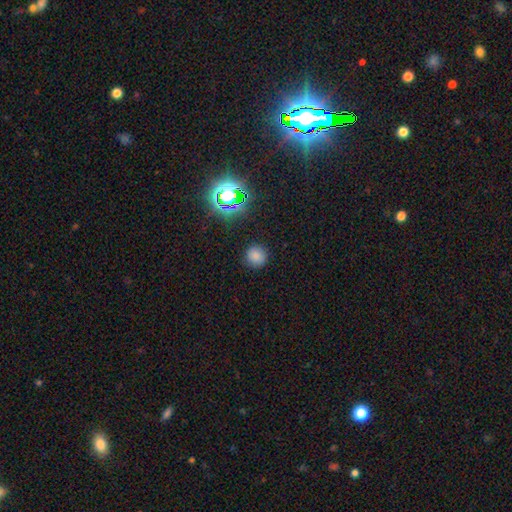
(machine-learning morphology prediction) type=smooth (77%); roundness=round (92%); merging=none (88%).